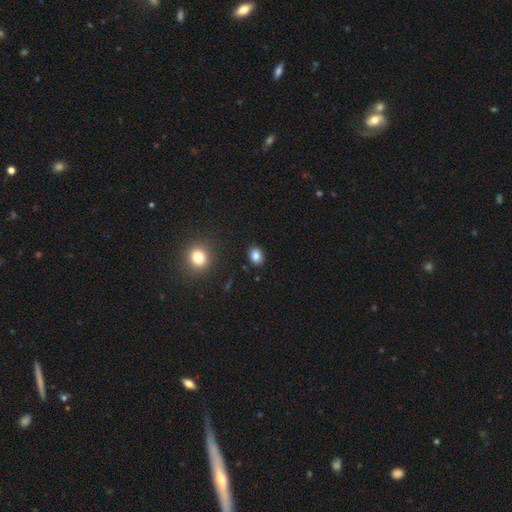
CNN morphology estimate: Overall: smooth (84%). How rounded: in between (57%; round 42%). Merging: none (88%).